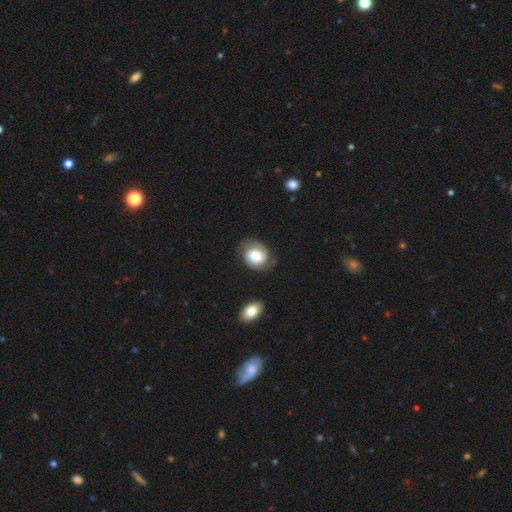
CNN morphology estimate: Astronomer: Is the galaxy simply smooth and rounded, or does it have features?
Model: smooth — 54% (runner-up: featured or disk, 38%).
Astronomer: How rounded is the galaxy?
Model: in between — 52% (runner-up: round, 47%).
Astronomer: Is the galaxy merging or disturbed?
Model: none — 69%.